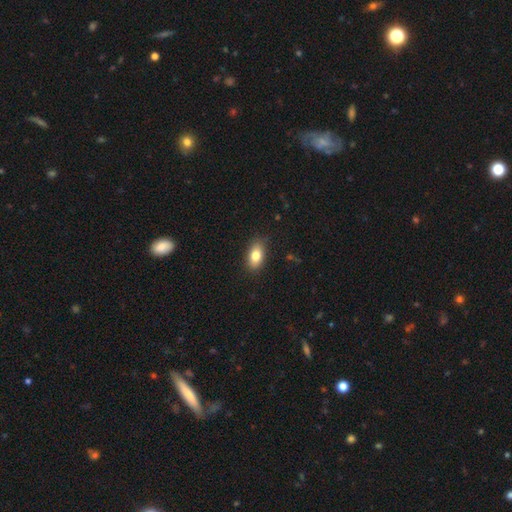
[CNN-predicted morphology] Smooth or featured: smooth — 82% (featured or disk — 11%)
How rounded: in between — 88% (round — 8%)
Merging: none — 85% (minor disturbance — 12%)